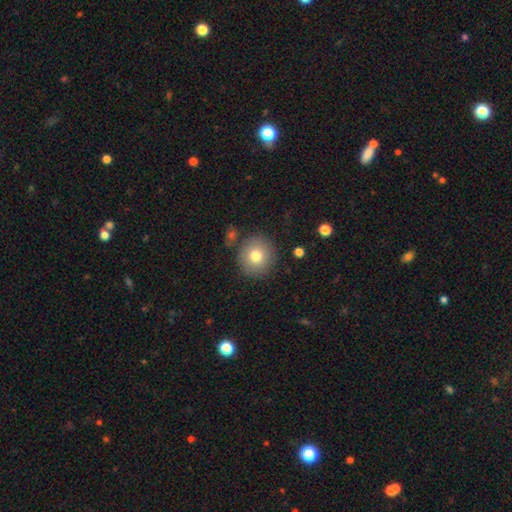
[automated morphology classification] Smooth or featured?
  - smooth: 78% *
  - featured or disk: 12%
  - star or artifact: 10%
How rounded?
  - round: 91% *
  - in between: 8%
  - cigar-shaped: 1%
Merging?
  - none: 85% *
  - minor disturbance: 8%
  - merger: 3%
  - major disturbance: 3%